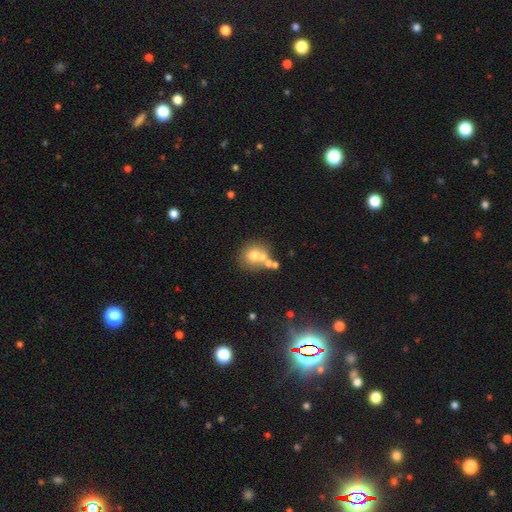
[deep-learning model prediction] This is likely a smooth galaxy (65%). How rounded: clearly round (82%). Merging: possibly none (48%).